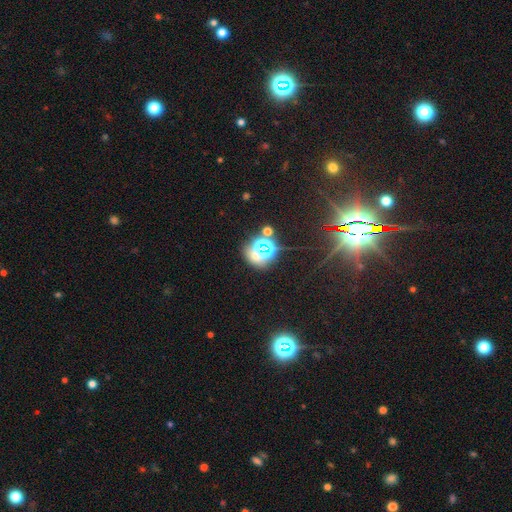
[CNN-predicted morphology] Smooth or featured? Predicted: star or artifact (p=0.59).